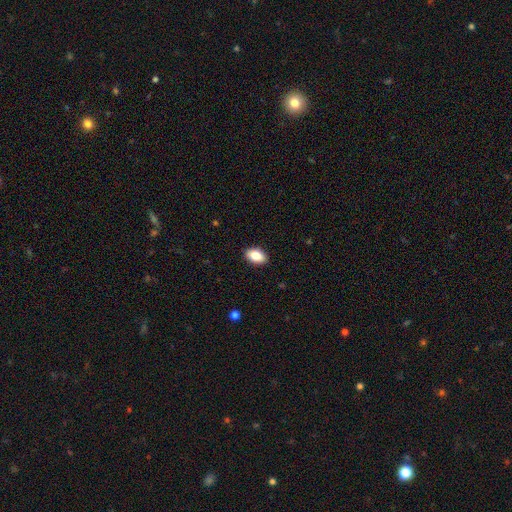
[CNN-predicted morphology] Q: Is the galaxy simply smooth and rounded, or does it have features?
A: smooth — 85%.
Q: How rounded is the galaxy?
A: in between — 91%.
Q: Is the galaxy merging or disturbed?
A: none — 90%.